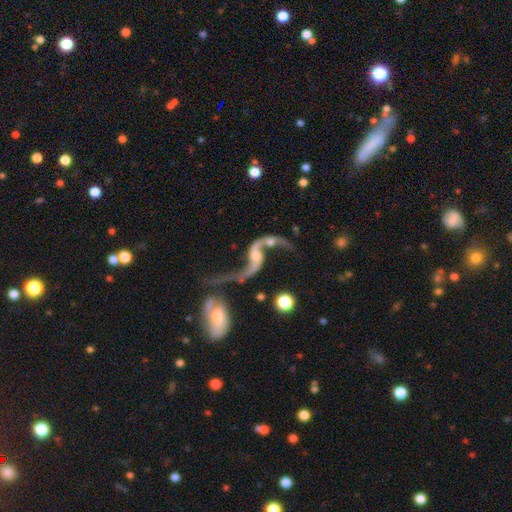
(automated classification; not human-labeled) The model was most divided on "bulge size": small: 39%, moderate: 36%, none: 16%, large: 6%, dominant: 2%. Remaining: edge-on disk — no (95%); spiral winding — loose (93%); spiral arms — yes (93%); spiral arm count — 2 (92%); smooth or featured — featured or disk (88%); bar — no (53%); merging — merger (41%).